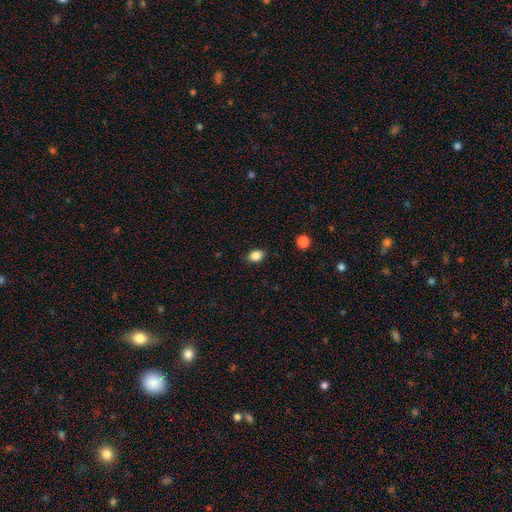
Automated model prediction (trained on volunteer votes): A smooth galaxy with no disk features (85%) that is in between round and cigar-shaped (68%).

Vote fractions:
- Smooth or featured? smooth: 85% / star or artifact: 10% / featured or disk: 5%
- How rounded? in between: 68% / round: 31% / cigar-shaped: 1%
- Merging? none: 85% / minor disturbance: 11% / major disturbance: 2% / merger: 1%